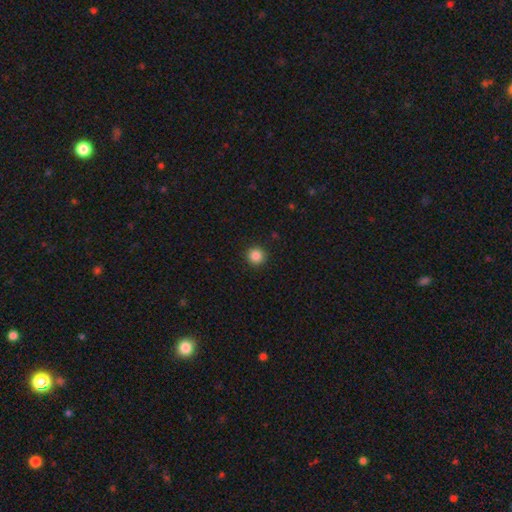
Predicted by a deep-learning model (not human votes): Smooth or featured: smooth — 86% (star or artifact — 10%)
How rounded: round — 95% (in between — 4%)
Merging: none — 93% (minor disturbance — 5%)